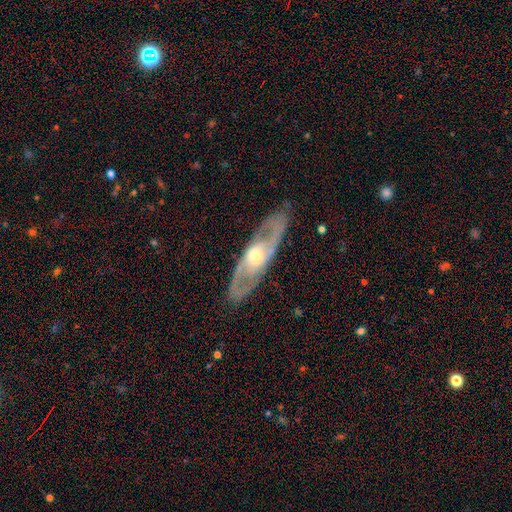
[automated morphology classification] smooth_or_featured: featured or disk (p=0.80) [alt: smooth p=0.16]
disk_edge_on: no (p=0.78) [alt: yes p=0.22]
bar: no (p=0.64) [alt: weak p=0.25]
has_spiral_arms: yes (p=0.72) [alt: no p=0.28]
bulge_size: moderate (p=0.63) [alt: small p=0.25]
merging: none (p=0.84) [alt: minor disturbance p=0.10]